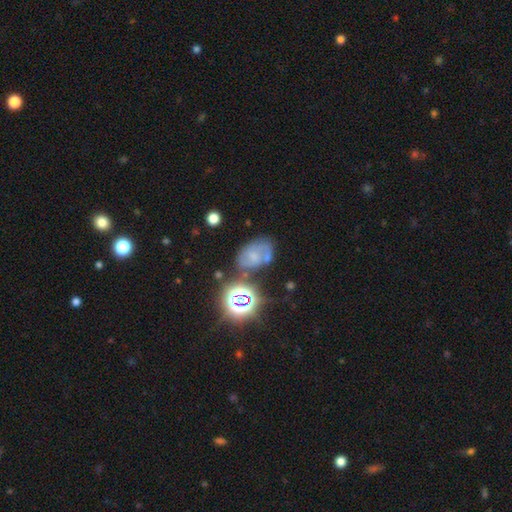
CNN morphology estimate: Smooth or featured?
  - featured or disk: 42% *
  - smooth: 36%
  - star or artifact: 22%
Merging?
  - none: 51% *
  - minor disturbance: 24%
  - major disturbance: 13%
  - merger: 12%